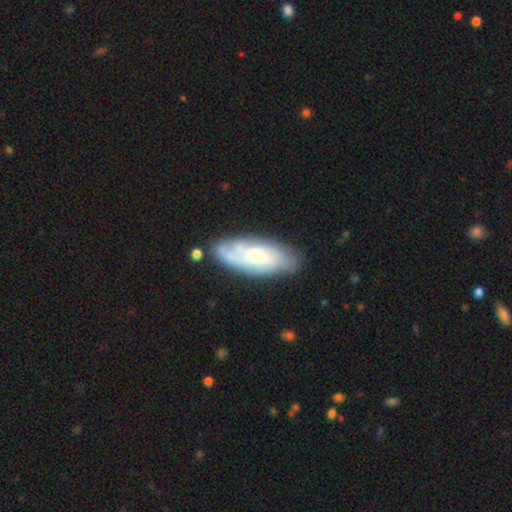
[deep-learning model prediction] Smooth or featured?
  - featured or disk: 57% *
  - smooth: 37%
  - star or artifact: 6%
Edge-on disk?
  - no: 85% *
  - yes: 15%
Merging?
  - none: 71% *
  - minor disturbance: 20%
  - major disturbance: 6%
  - merger: 4%